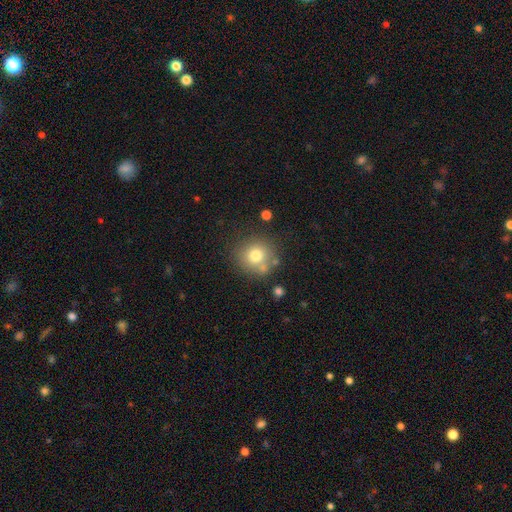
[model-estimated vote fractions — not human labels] This is likely a smooth galaxy (75%). How rounded: clearly round (91%). Merging: likely none (75%).